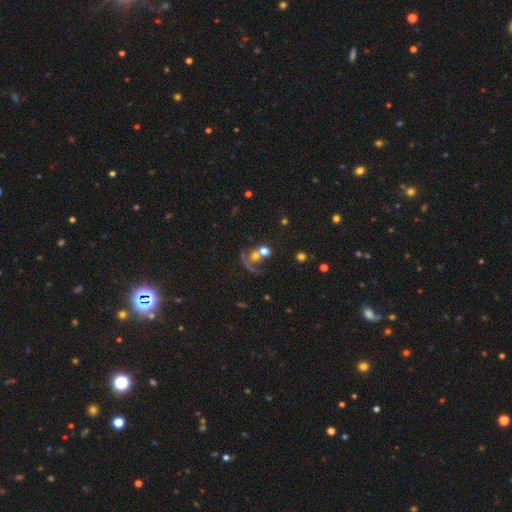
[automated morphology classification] A smooth galaxy with no disk features (49%). Merging: merger (45%).